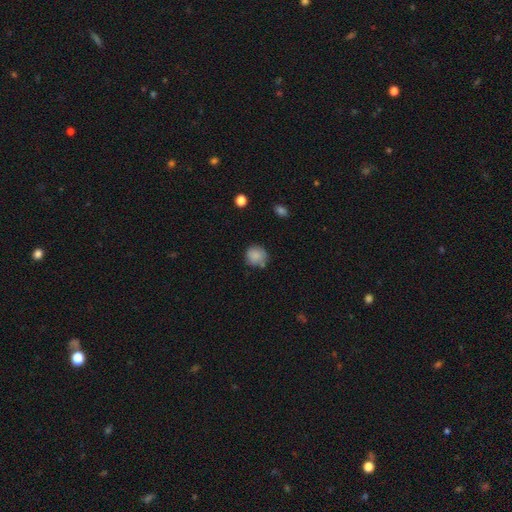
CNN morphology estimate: type=smooth (86%); roundness=round (89%); merging=none (73%).